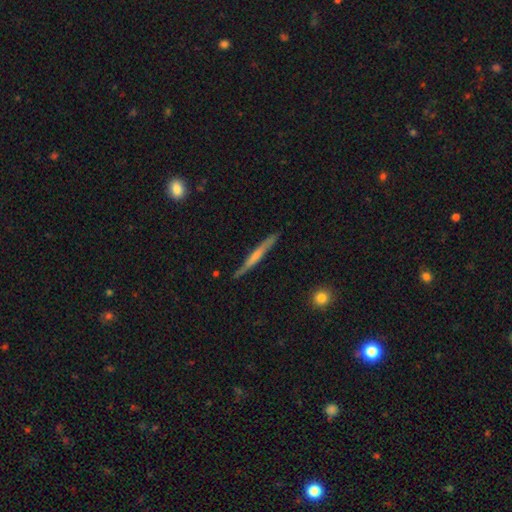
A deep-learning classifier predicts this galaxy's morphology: This appears to be a featured or disk galaxy (51%) viewed edge-on (94%). Merging: none (84%).